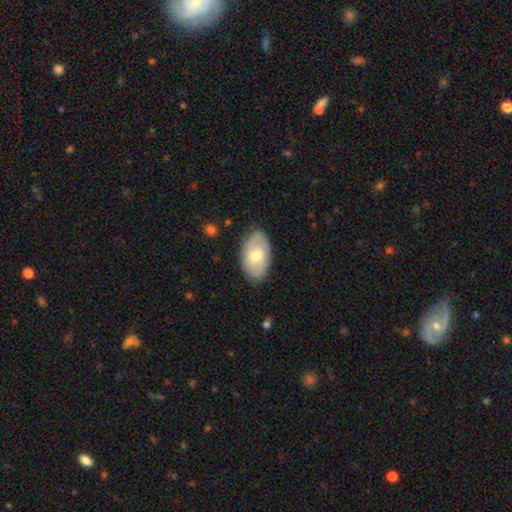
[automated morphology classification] This is possibly a featured or disk galaxy (51%). It is clearly not viewed edge-on (92%). Merging: likely none (79%).